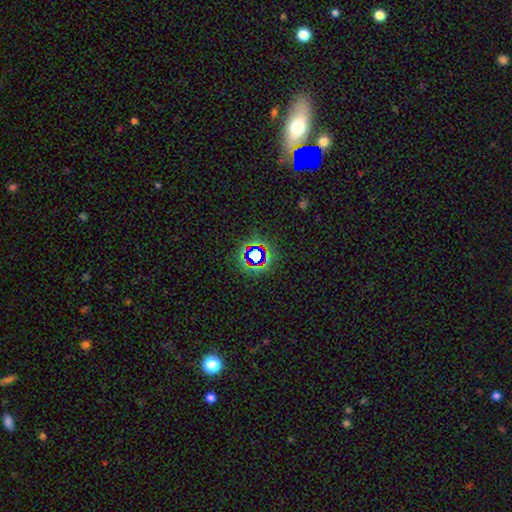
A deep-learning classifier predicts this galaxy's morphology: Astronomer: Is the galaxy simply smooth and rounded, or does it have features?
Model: star or artifact — 68%.